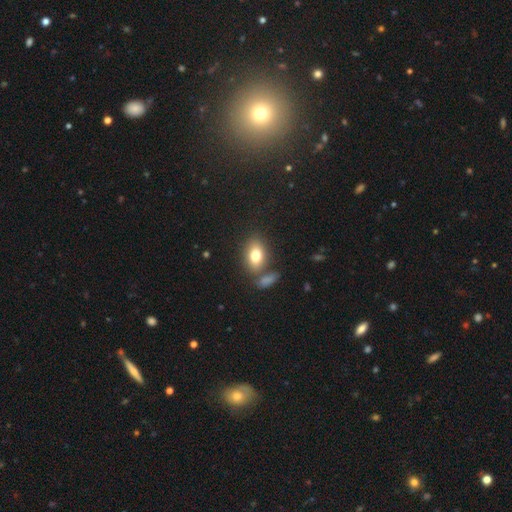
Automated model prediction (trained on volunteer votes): A smooth galaxy with no disk features (77%) that is in between round and cigar-shaped (78%).

Vote fractions:
- Smooth or featured? smooth: 77% / featured or disk: 13% / star or artifact: 9%
- How rounded? in between: 78% / round: 20% / cigar-shaped: 2%
- Merging? none: 65% / merger: 18% / minor disturbance: 13% / major disturbance: 5%